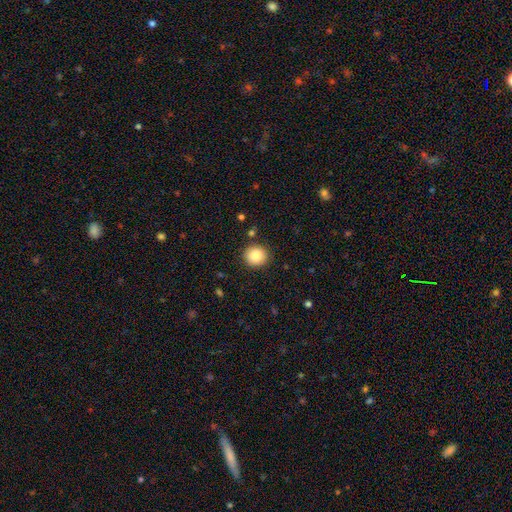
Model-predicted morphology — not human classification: This appears to be a smooth galaxy with no disk features (88%) that is round (87%). Merging: none (88%).